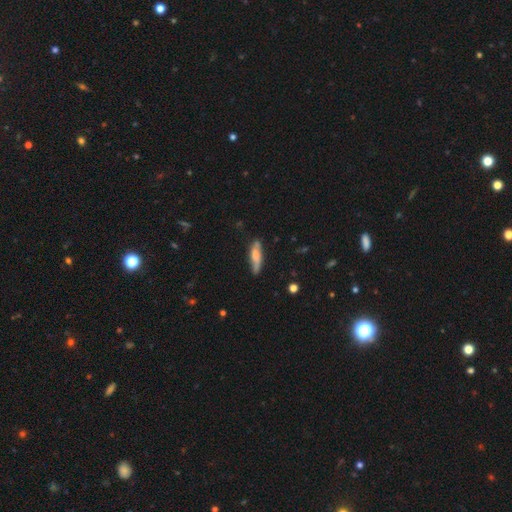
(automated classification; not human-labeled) smooth 61%, featured or disk 33%, star or artifact 7%. Down the decision tree: how rounded — cigar-shaped (67%); merging — none (68%).